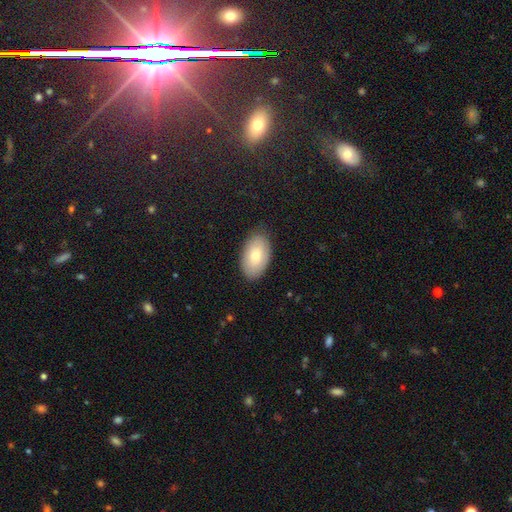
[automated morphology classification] type=smooth (77%); roundness=in between (94%); merging=none (83%).